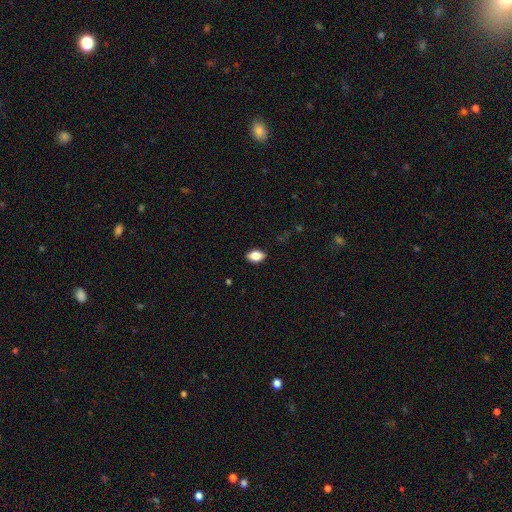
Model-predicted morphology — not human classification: The model was most divided on "smooth or featured": smooth: 80%, featured or disk: 12%, star or artifact: 8%. More confident: how rounded — in between (87%); merging — none (86%).